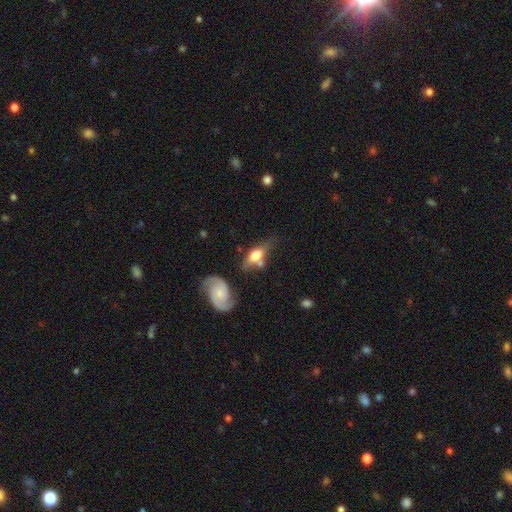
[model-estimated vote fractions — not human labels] The model was most divided on "smooth or featured": smooth: 50%, featured or disk: 42%, star or artifact: 8%. Remaining: merging — none (45%).